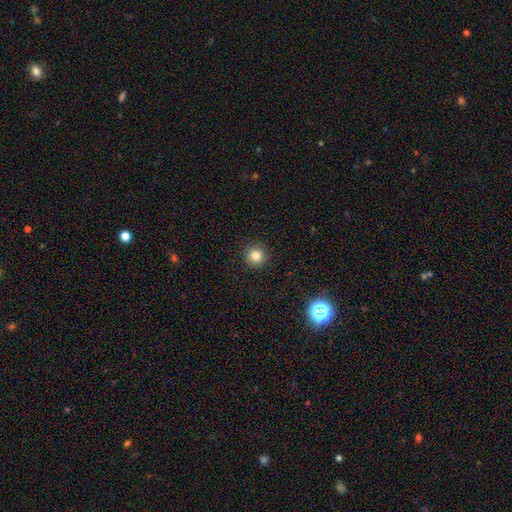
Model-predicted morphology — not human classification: smooth-or-featured: smooth: 83% | star or artifact: 12% | featured or disk: 5%
  how-rounded: round: 95% | in between: 4% | cigar-shaped: 1%
  merging: none: 92% | minor disturbance: 5% | major disturbance: 2% | merger: 1%